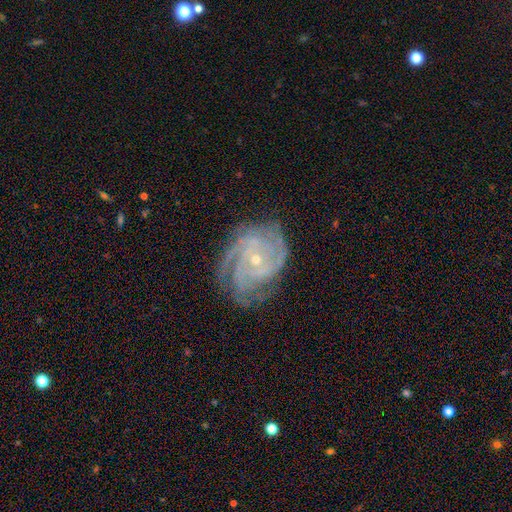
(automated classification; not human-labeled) Smooth or featured? Predicted: featured or disk (p=0.86). Edge-on disk? Predicted: no (p=0.97). Bar? Predicted: no (p=0.66). Spiral arms? Predicted: yes (p=0.98). Spiral winding? Predicted: tight (p=0.70). Spiral arm count? Predicted: 4 (p=0.29). Bulge size? Predicted: small (p=0.78). Merging? Predicted: none (p=0.78).